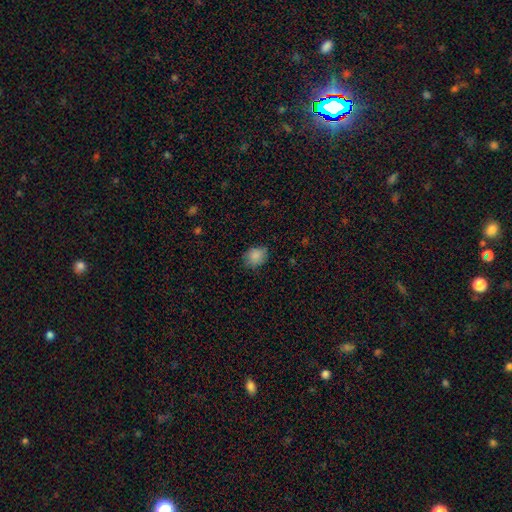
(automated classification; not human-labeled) A smooth galaxy with no disk features (86%) that is round (52%).

Vote fractions:
- Smooth or featured? smooth: 86% / star or artifact: 9% / featured or disk: 5%
- How rounded? round: 52% / in between: 47% / cigar-shaped: 1%
- Merging? none: 74% / minor disturbance: 20% / major disturbance: 4% / merger: 1%